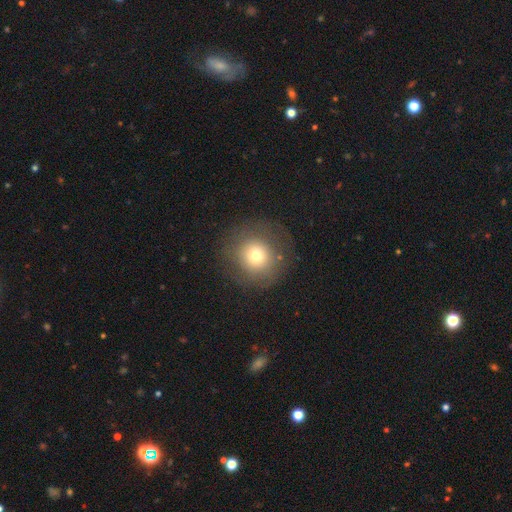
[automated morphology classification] This appears to be a smooth galaxy with no disk features (69%) that is round (92%). Merging: none (79%).